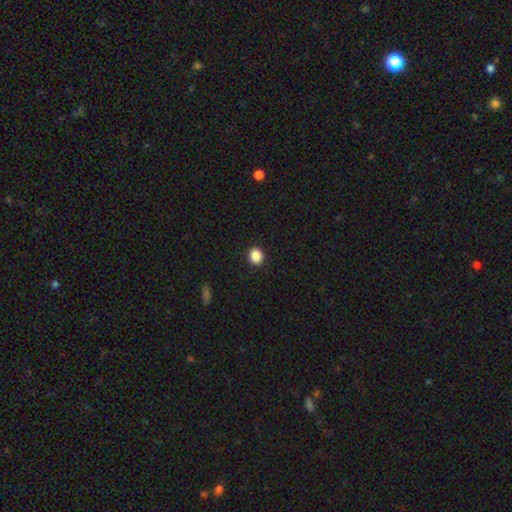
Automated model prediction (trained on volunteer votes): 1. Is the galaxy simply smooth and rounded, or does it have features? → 87% smooth, 9% star or artifact, 3% featured or disk.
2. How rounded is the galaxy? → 72% round, 27% in between, 1% cigar-shaped.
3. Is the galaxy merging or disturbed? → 92% none, 5% minor disturbance, 2% major disturbance, 1% merger.